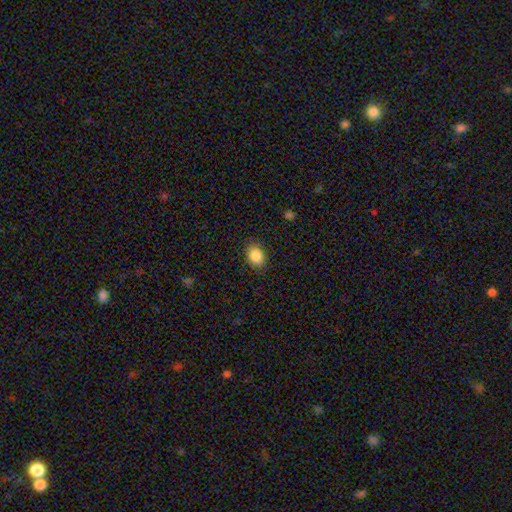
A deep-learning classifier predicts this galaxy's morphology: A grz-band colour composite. It shows a smooth galaxy with no disk features (87%) that is in between round and cigar-shaped (65%). Merging: none (84%).